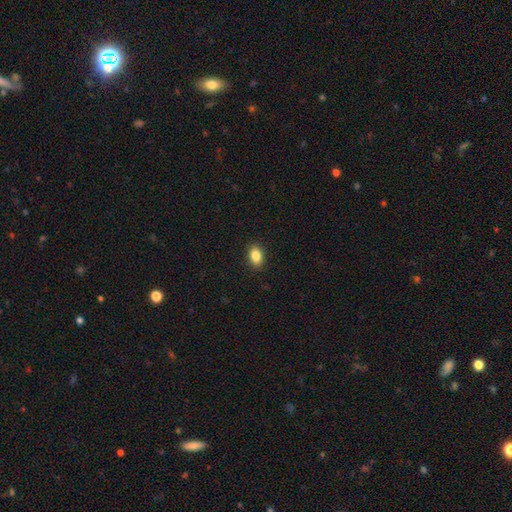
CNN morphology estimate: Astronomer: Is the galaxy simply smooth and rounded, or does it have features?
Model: smooth — 87%.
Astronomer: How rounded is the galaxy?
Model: in between — 83%.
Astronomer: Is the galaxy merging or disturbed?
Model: none — 90%.